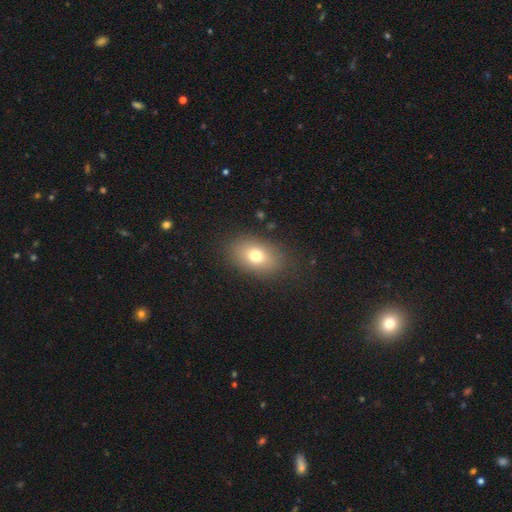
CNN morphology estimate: This appears to be a smooth galaxy with no disk features (74%) that is in between round and cigar-shaped (79%). Merging: none (84%).